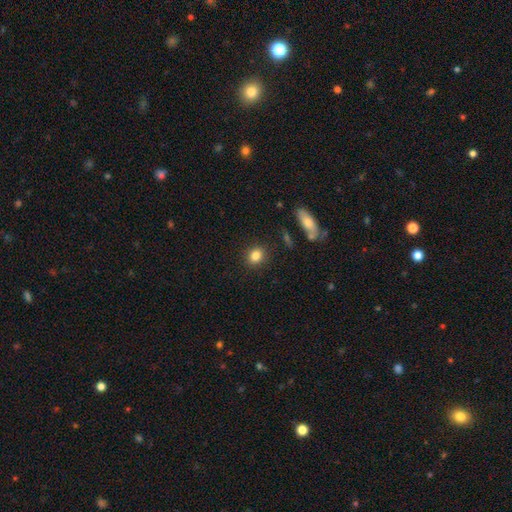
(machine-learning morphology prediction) Q: Smooth or featured?
A: smooth (83%); runner-up: star or artifact (10%)
Q: How rounded?
A: round (65%); runner-up: in between (33%)
Q: Merging?
A: none (88%); runner-up: minor disturbance (8%)